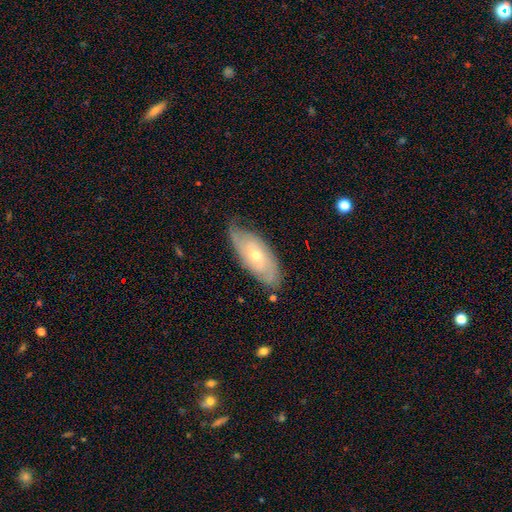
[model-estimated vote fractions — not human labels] A featured or disk galaxy (72%) with no bar (68%), tight (62%) spiral arms (90%) and a moderate central bulge (50%). Merging: none (74%).